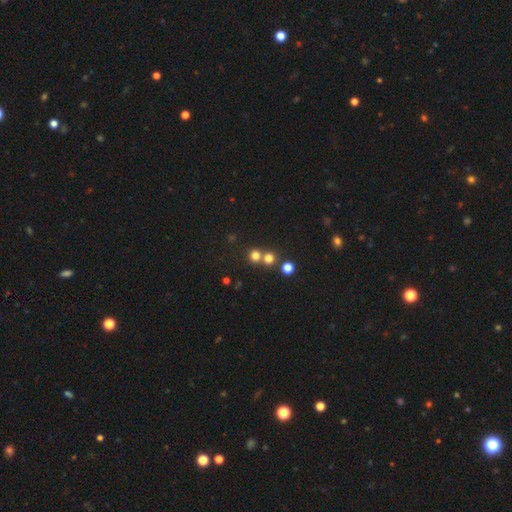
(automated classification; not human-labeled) A smooth galaxy with no disk features (73%) that is round (90%). Merging: none (58%).